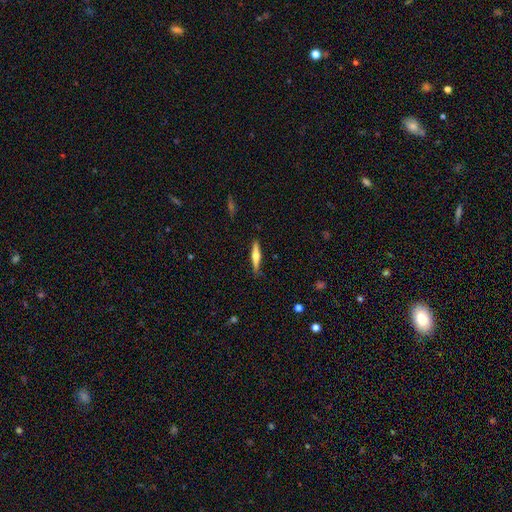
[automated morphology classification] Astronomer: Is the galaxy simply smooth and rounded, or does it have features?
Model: smooth — 48% (runner-up: featured or disk, 46%).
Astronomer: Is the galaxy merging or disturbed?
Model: none — 85%.